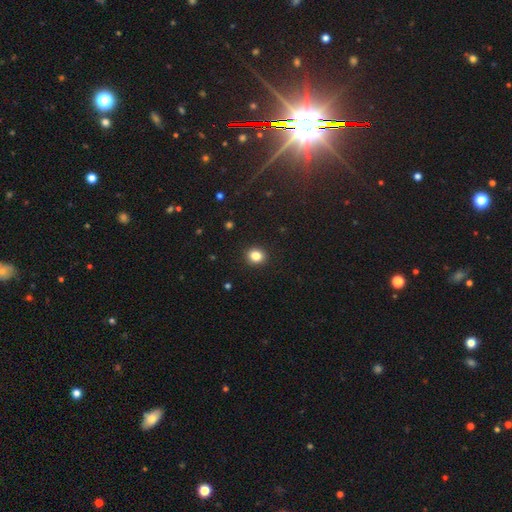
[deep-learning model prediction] Smooth or featured? Predicted: smooth (p=0.84). How rounded? Predicted: round (p=0.77). Merging? Predicted: none (p=0.92).